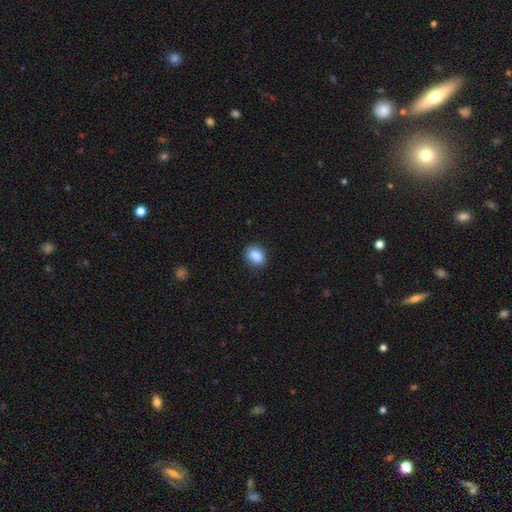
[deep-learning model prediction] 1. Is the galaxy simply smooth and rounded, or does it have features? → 88% smooth, 8% star or artifact, 4% featured or disk.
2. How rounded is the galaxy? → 65% in between, 34% round, 1% cigar-shaped.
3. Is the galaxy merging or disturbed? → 82% none, 14% minor disturbance, 3% major disturbance, 1% merger.